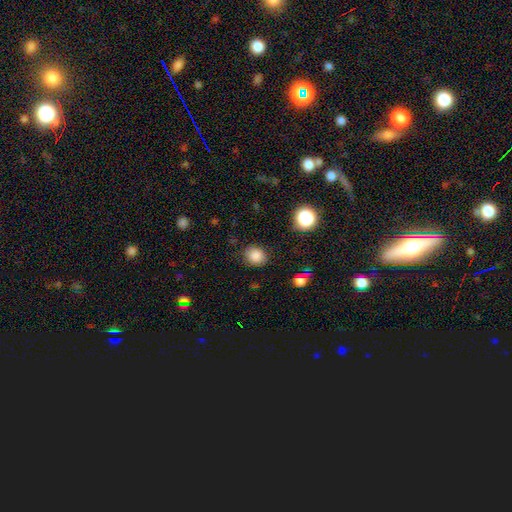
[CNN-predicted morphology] Smooth or featured? Predicted: smooth (p=0.84). How rounded? Predicted: round (p=0.63). Merging? Predicted: none (p=0.82).